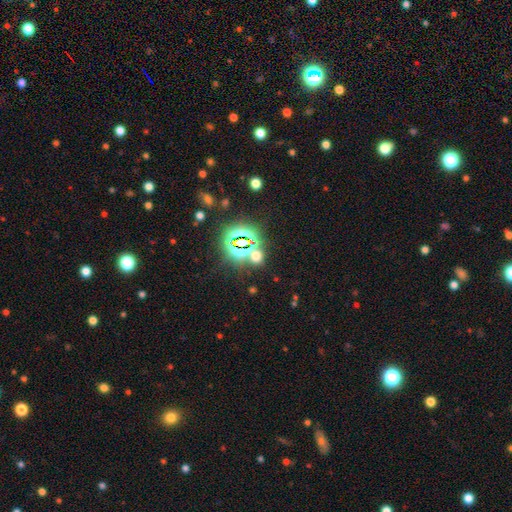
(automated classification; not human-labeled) This appears to be a star or artifact, not a galaxy (54%).